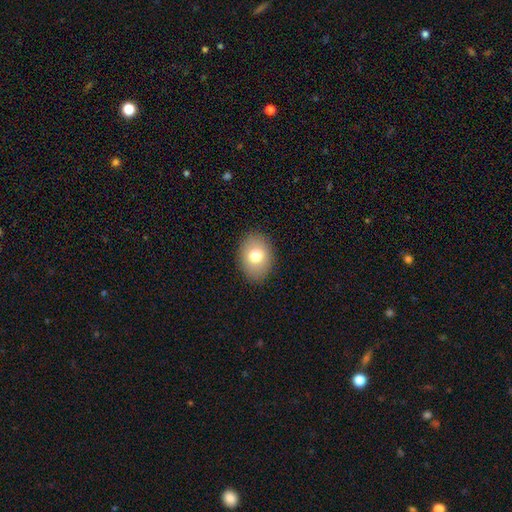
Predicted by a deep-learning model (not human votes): This appears to be a smooth galaxy with no disk features (76%) that is in between round and cigar-shaped (69%). Merging: none (89%).